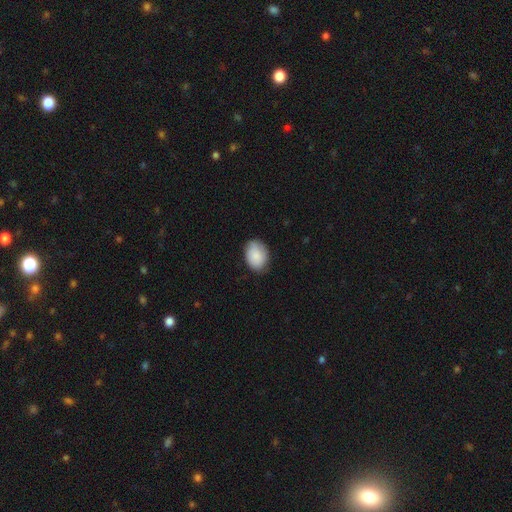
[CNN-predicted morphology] Smooth or featured: smooth — 85% (featured or disk — 9%)
How rounded: in between — 77% (round — 22%)
Merging: none — 77% (minor disturbance — 19%)